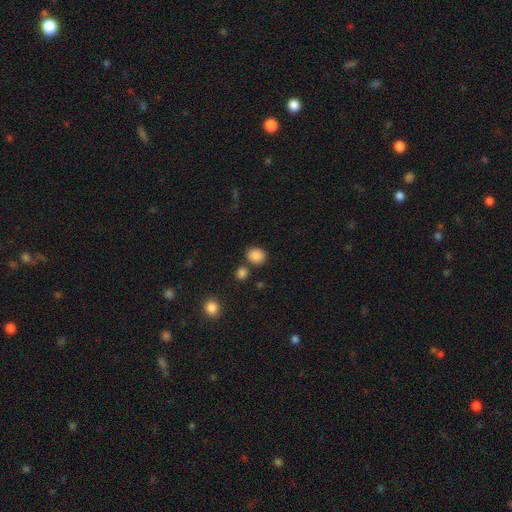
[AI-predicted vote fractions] Morphology: type=smooth (86%); roundness=round (69%); merging=none (75%).